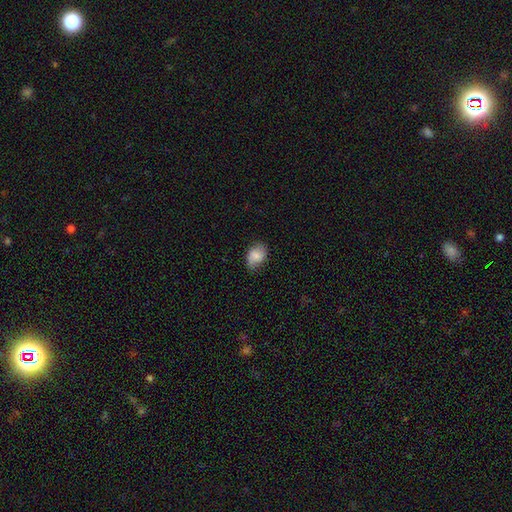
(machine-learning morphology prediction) Smooth or featured? Predicted: smooth (p=0.71). How rounded? Predicted: in between (p=0.73). Merging? Predicted: none (p=0.63).